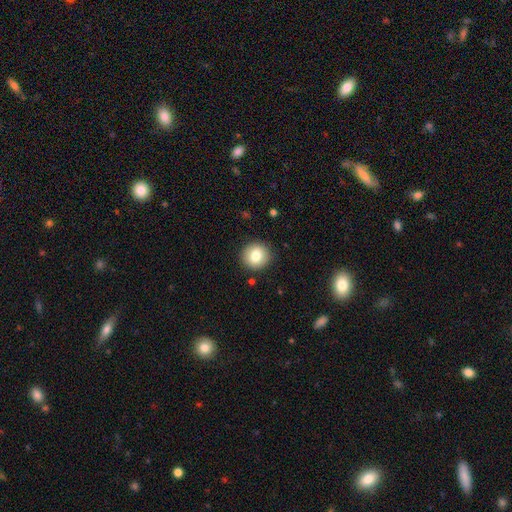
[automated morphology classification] This appears to be a smooth galaxy with no disk features (79%) that is round (92%). Merging: none (90%).